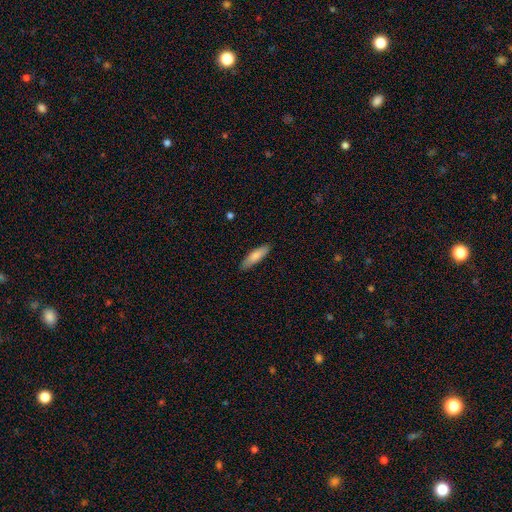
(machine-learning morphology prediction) Overall: smooth (80%). How rounded: cigar-shaped (65%; in between 33%). Merging: none (88%).